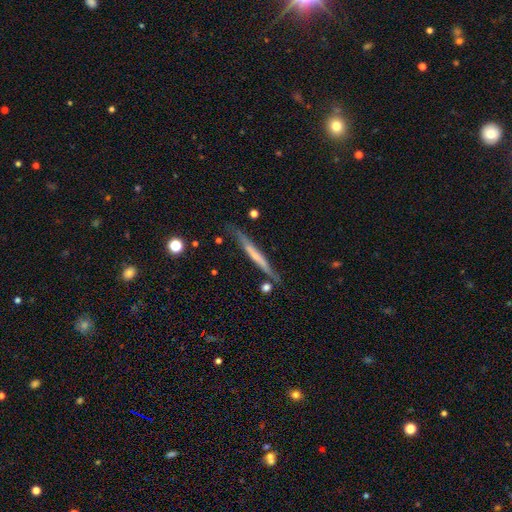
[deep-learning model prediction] A featured or disk galaxy (54%) viewed edge-on (94%) with no central bulge (72%). Merging: none (74%).